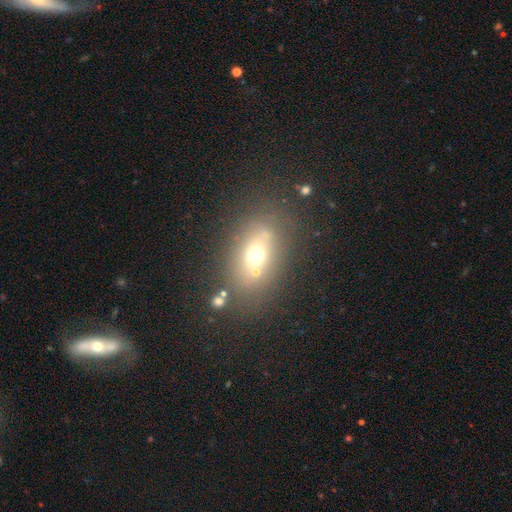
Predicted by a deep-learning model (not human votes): This appears to be a smooth galaxy with no disk features (60%) that is in between round and cigar-shaped (69%). Merging: none (68%).